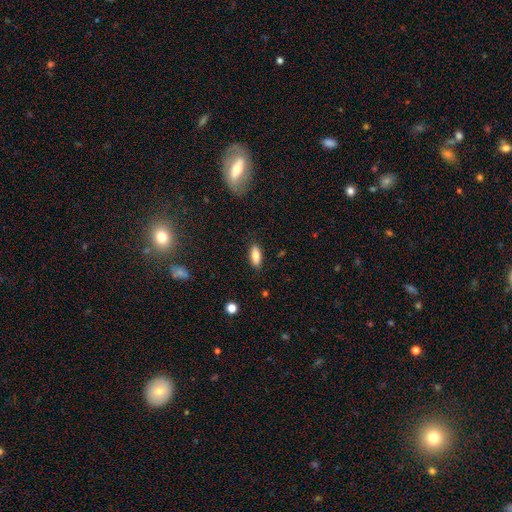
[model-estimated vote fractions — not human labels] Morphology: type=smooth (84%); roundness=in between (78%); merging=none (87%).